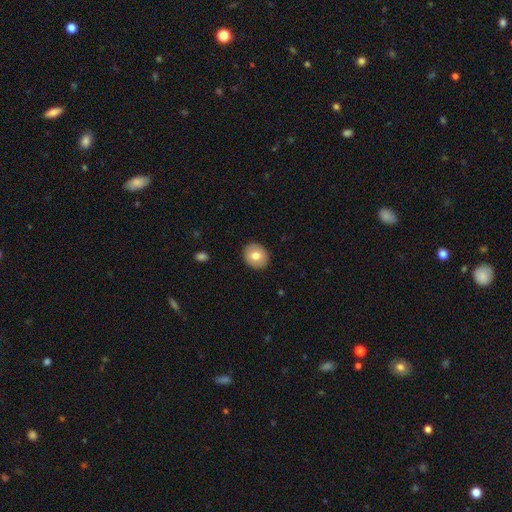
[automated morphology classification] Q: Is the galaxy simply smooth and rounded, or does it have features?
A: smooth — 75%.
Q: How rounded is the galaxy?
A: round — 73%.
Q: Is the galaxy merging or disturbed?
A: none — 91%.